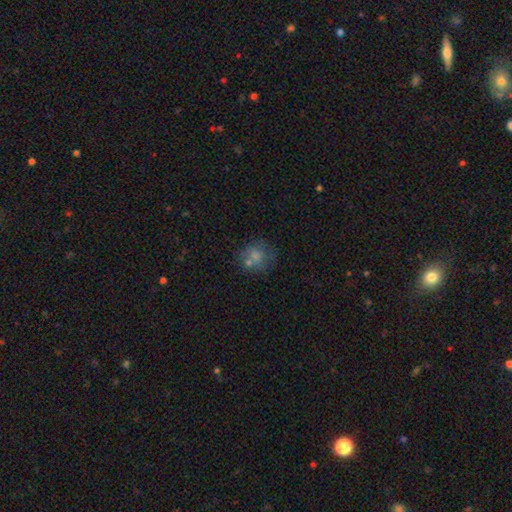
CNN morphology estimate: Q: Smooth or featured?
A: smooth (65%); runner-up: star or artifact (20%)
Q: How rounded?
A: round (83%); runner-up: in between (16%)
Q: Merging?
A: none (66%); runner-up: merger (16%)